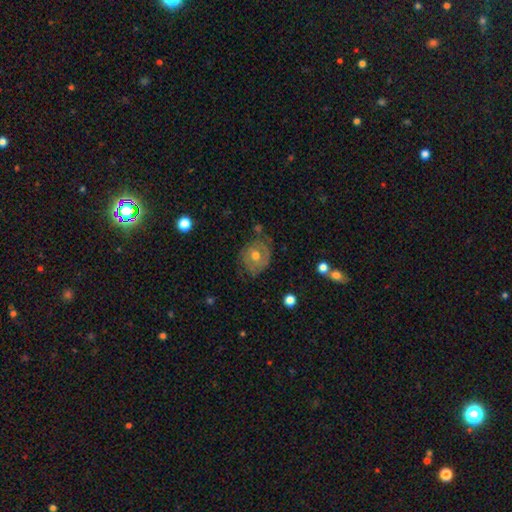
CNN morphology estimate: A featured or disk galaxy (46%, tied with smooth). Merging: none (60%).